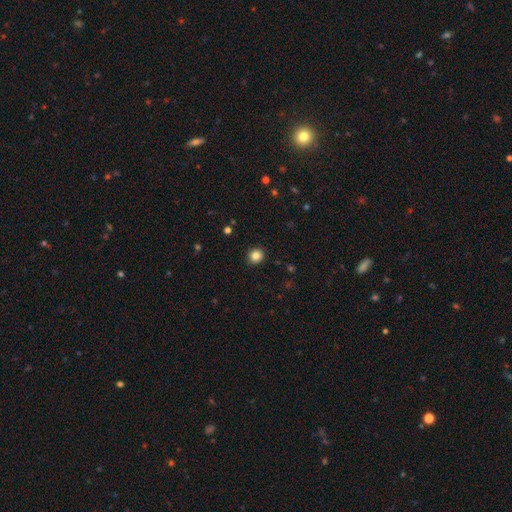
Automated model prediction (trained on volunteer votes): The model was most divided on "smooth or featured": smooth: 84%, star or artifact: 11%, featured or disk: 5%. More confident: merging — none (91%); how rounded — round (87%).